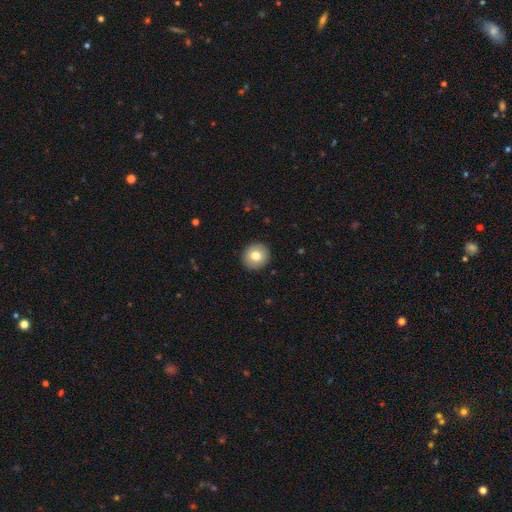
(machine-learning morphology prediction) The model was most divided on "smooth or featured": smooth: 80%, featured or disk: 12%, star or artifact: 8%. More confident: merging — none (92%); how rounded — round (89%).